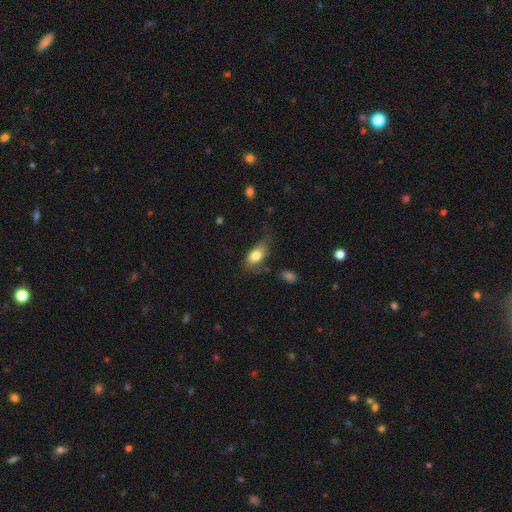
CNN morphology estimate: A smooth galaxy with no disk features (78%) that is in between round and cigar-shaped (87%). Merging: none (55%).